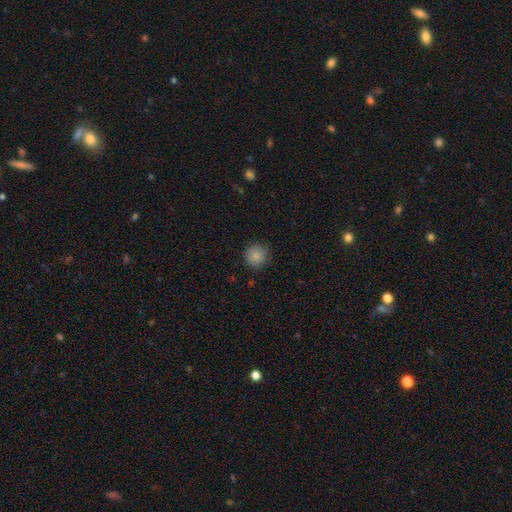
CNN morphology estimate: type=smooth (86%); roundness=round (91%); merging=none (85%).